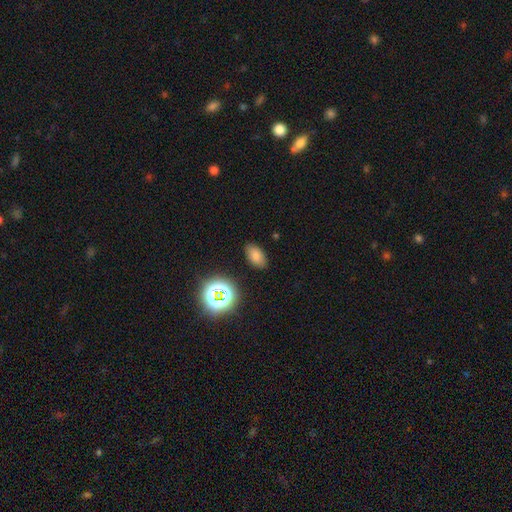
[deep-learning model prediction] smooth 71%, star or artifact 20%, featured or disk 9%. Down the decision tree: how rounded — in between (88%); merging — none (86%).